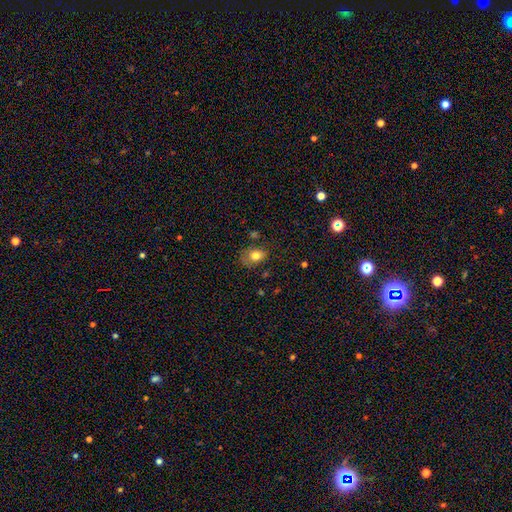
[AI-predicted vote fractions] This appears to be a smooth galaxy with no disk features (77%) that is in between round and cigar-shaped (70%). Merging: none (54%).